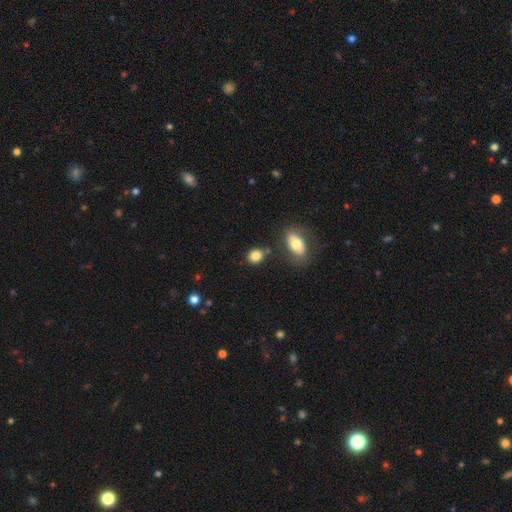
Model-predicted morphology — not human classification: type=smooth (84%); roundness=round (59%); merging=none (77%).